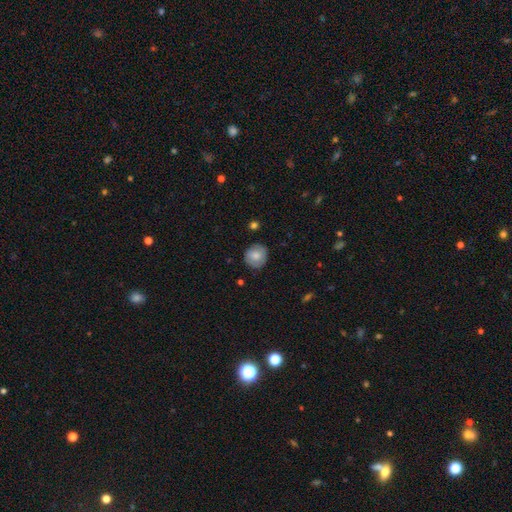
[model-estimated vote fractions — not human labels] Q: Smooth or featured?
A: smooth (75%); runner-up: featured or disk (18%)
Q: How rounded?
A: round (89%); runner-up: in between (10%)
Q: Merging?
A: none (84%); runner-up: minor disturbance (12%)